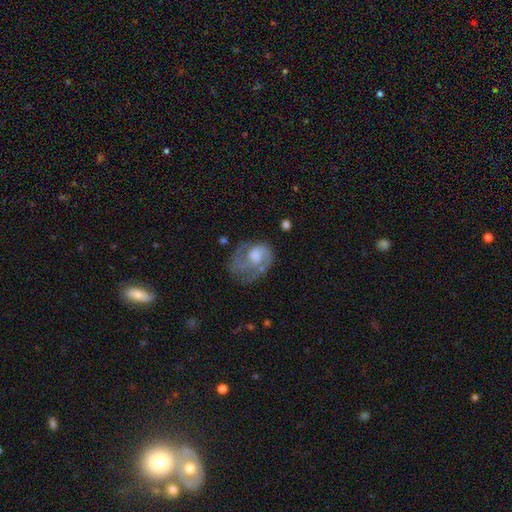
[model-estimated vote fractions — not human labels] This appears to be a featured or disk galaxy (64%) with no bar (70%), spiral arms (73%) and a moderate central bulge (43%). Merging: none (47%).